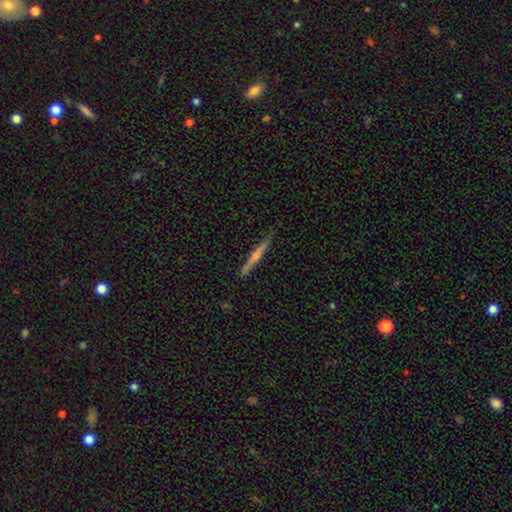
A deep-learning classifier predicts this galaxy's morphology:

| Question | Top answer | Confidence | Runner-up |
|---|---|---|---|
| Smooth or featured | featured or disk | 67% | smooth (24%) |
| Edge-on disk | yes | 97% | no (3%) |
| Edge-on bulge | rounded | 68% | none (25%) |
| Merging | none | 90% | minor disturbance (7%) |